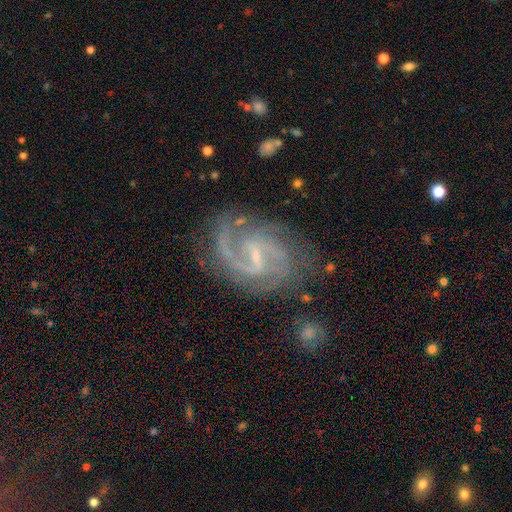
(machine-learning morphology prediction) smooth_or_featured: featured or disk (p=0.90) [alt: star or artifact p=0.05]
disk_edge_on: no (p=0.98) [alt: yes p=0.02]
bar: weak (p=0.55) [alt: strong p=0.31]
has_spiral_arms: yes (p=0.97) [alt: no p=0.03]
spiral_winding: medium (p=0.53) [alt: tight p=0.29]
spiral_arm_count: 2 (p=0.68) [alt: 3 p=0.12]
bulge_size: small (p=0.63) [alt: none p=0.20]
merging: none (p=0.69) [alt: minor disturbance p=0.18]